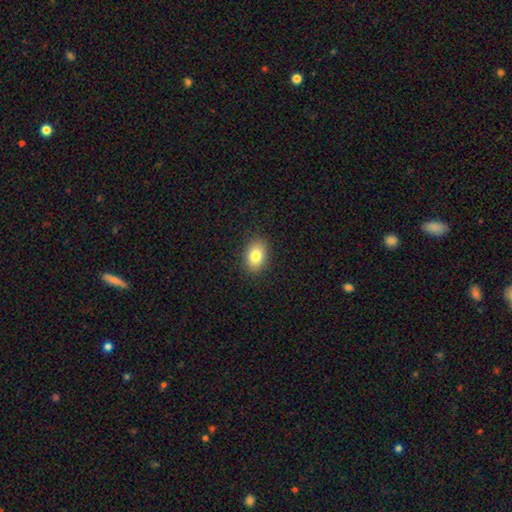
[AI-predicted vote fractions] smooth 82%, featured or disk 9%, star or artifact 9%. Down the decision tree: how rounded — in between (81%); merging — none (89%).